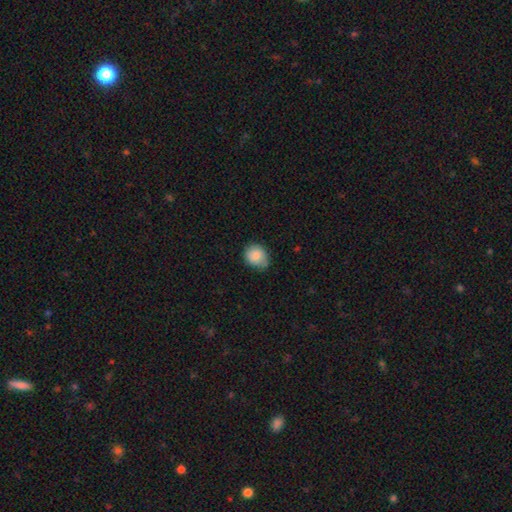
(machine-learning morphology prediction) Smooth or featured? smooth (86%)
How rounded? round (67%)
Merging? none (64%)